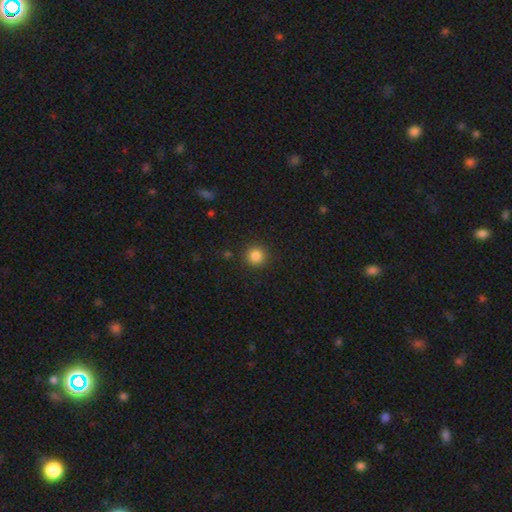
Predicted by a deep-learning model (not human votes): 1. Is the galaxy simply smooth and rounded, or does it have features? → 84% smooth, 11% star or artifact, 4% featured or disk.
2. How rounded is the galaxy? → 94% round, 5% in between, 1% cigar-shaped.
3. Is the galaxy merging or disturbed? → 91% none, 6% minor disturbance, 2% major disturbance, 1% merger.